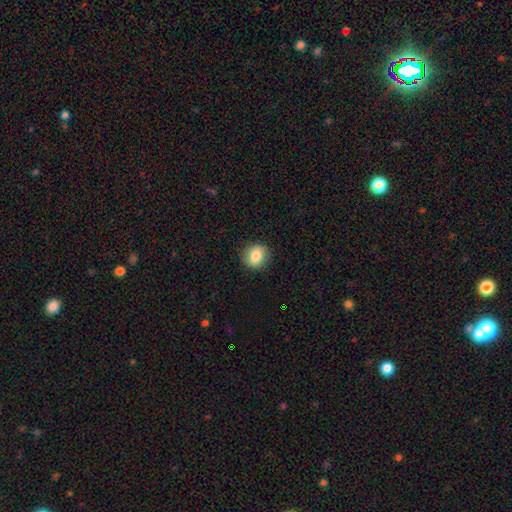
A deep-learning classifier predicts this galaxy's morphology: Smooth or featured: smooth — 83% (star or artifact — 9%)
How rounded: round — 81% (in between — 18%)
Merging: none — 87% (minor disturbance — 9%)